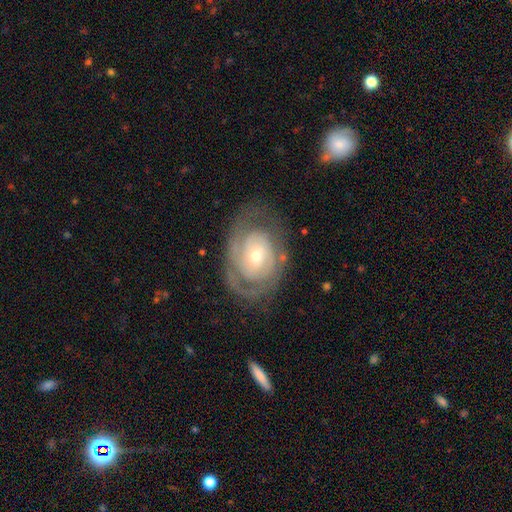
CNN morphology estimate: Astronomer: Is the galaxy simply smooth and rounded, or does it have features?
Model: featured or disk — 82%.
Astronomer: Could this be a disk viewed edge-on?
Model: no — 96%.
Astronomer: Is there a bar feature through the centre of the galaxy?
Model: no — 65%.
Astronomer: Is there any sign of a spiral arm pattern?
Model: yes — 87%.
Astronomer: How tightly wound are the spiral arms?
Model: tight — 67%.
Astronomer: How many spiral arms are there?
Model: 2 — 47% (runner-up: can't tell, 28%).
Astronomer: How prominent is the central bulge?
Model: moderate — 48% (runner-up: small, 47%).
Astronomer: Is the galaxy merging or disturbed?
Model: none — 71%.